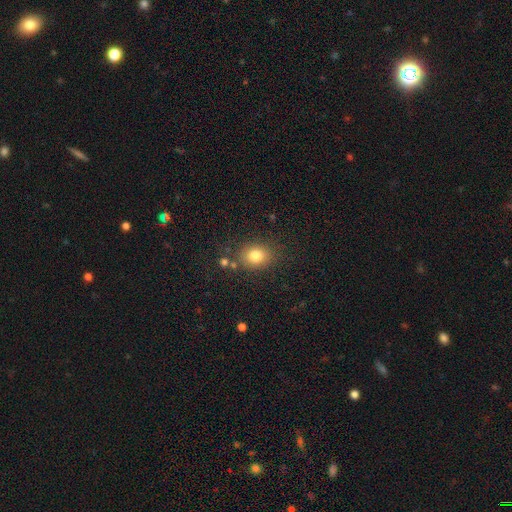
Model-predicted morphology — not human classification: type=smooth (79%); roundness=round (58%); merging=none (80%).